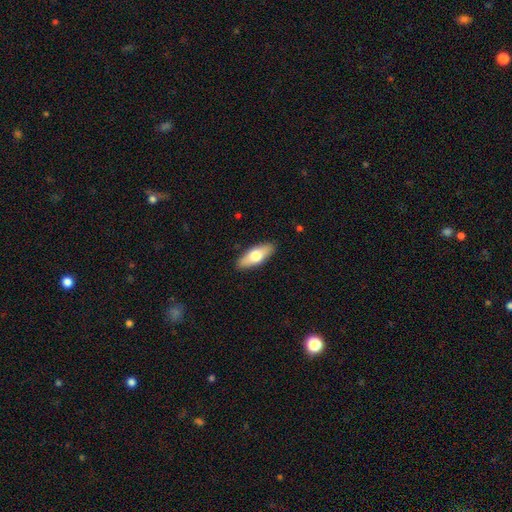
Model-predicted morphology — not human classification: Q: Smooth or featured?
A: smooth (65%); runner-up: featured or disk (29%)
Q: How rounded?
A: in between (74%); runner-up: cigar-shaped (24%)
Q: Merging?
A: none (89%); runner-up: minor disturbance (8%)